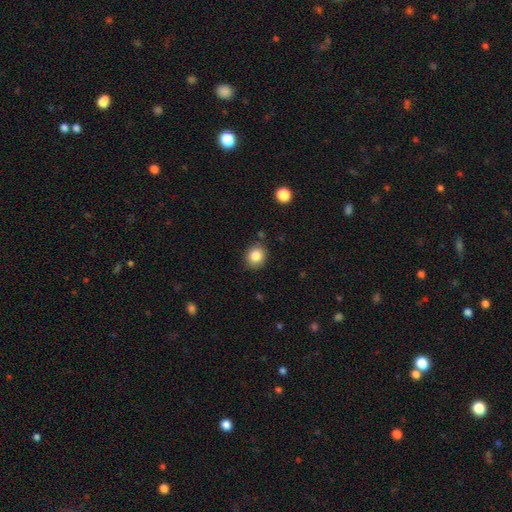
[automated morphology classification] Smooth or featured: smooth — 85% (star or artifact — 10%)
How rounded: round — 79% (in between — 21%)
Merging: none — 85% (minor disturbance — 10%)